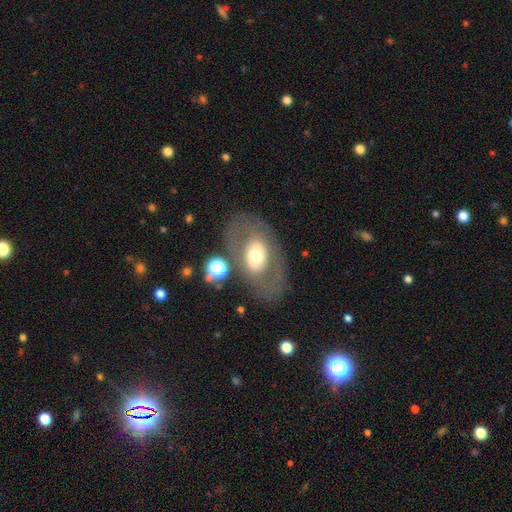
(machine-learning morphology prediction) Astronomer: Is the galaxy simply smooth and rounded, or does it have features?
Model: featured or disk — 48% (runner-up: smooth, 43%).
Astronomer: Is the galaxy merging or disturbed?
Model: none — 73%.